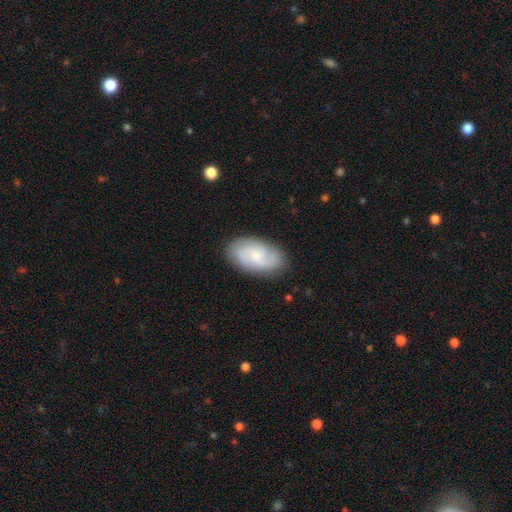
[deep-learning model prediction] Smooth or featured? featured or disk (67%)
Edge-on disk? no (97%)
Bar? no (58%)
Spiral arms? yes (95%)
Spiral winding? medium (47%)
Spiral arm count? 2 (48%)
Bulge size? small (62%)
Merging? none (83%)